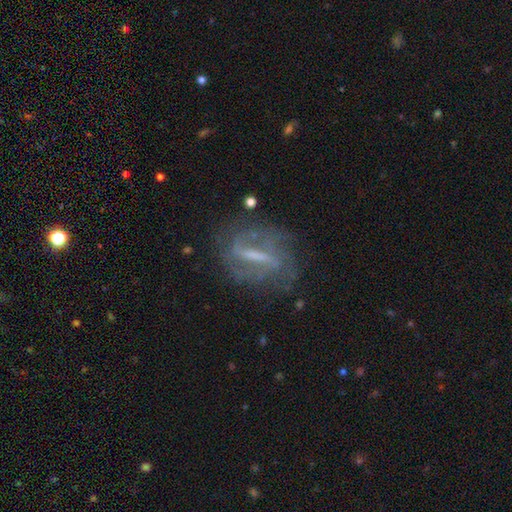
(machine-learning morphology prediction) Q: Smooth or featured?
A: featured or disk (78%); runner-up: smooth (13%)
Q: Edge-on disk?
A: no (83%); runner-up: yes (17%)
Q: Bar?
A: strong (68%); runner-up: weak (25%)
Q: Spiral arms?
A: yes (80%); runner-up: no (20%)
Q: Spiral winding?
A: medium (40%); runner-up: tight (35%)
Q: Spiral arm count?
A: 2 (55%); runner-up: can't tell (29%)
Q: Bulge size?
A: small (35%); runner-up: none (32%)
Q: Merging?
A: none (69%); runner-up: minor disturbance (18%)